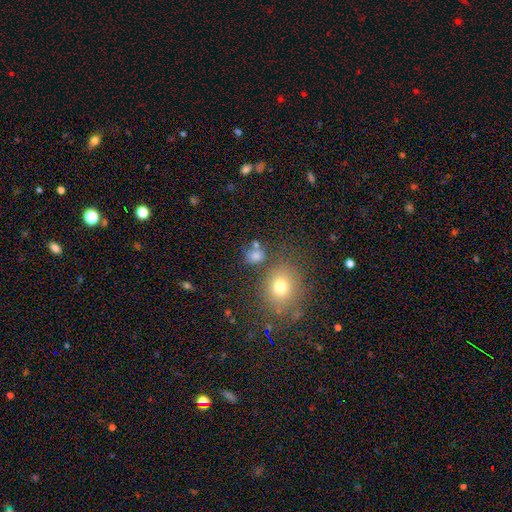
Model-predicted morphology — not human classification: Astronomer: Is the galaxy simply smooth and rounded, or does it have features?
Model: smooth — 75%.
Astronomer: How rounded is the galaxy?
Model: round — 75%.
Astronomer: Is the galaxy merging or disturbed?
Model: none — 68%.